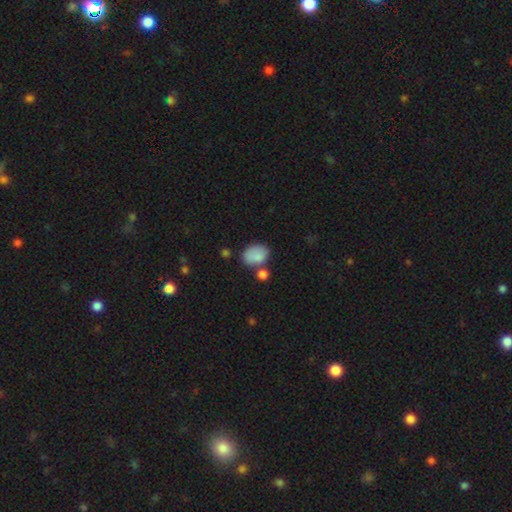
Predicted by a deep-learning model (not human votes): smooth 84%, star or artifact 8%, featured or disk 8%. Down the decision tree: how rounded — in between (75%); merging — none (53%).